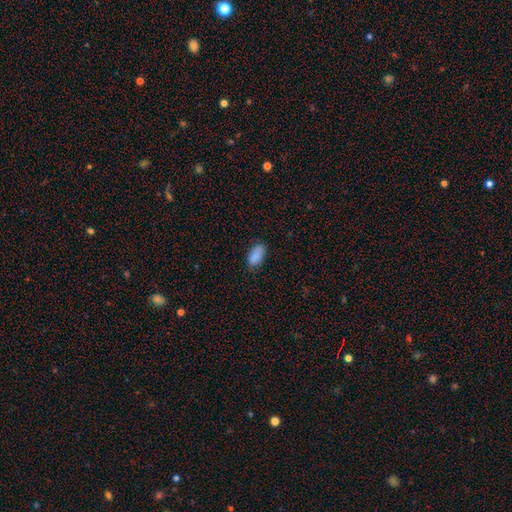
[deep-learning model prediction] Smooth or featured?
  - smooth: 87% *
  - star or artifact: 8%
  - featured or disk: 5%
How rounded?
  - in between: 92% *
  - cigar-shaped: 5%
  - round: 3%
Merging?
  - none: 75% *
  - minor disturbance: 20%
  - major disturbance: 4%
  - merger: 1%